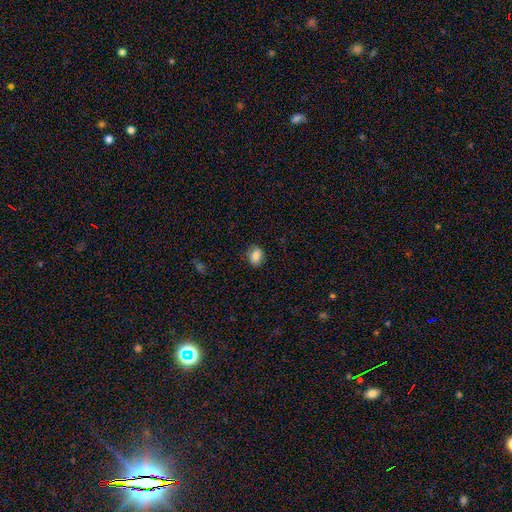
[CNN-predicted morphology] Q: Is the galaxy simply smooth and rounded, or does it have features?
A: smooth — 82%.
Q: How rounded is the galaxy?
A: in between — 57%.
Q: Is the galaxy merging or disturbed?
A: none — 85%.